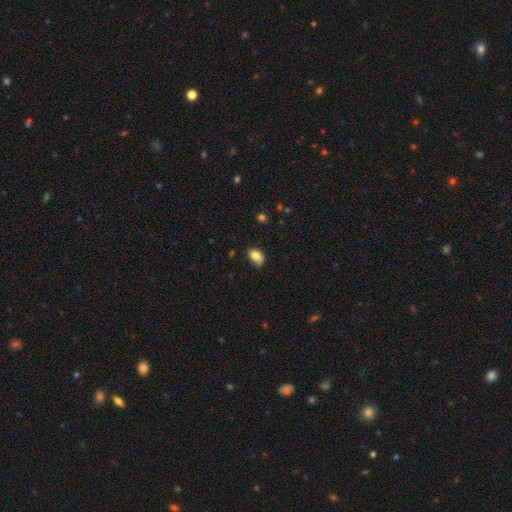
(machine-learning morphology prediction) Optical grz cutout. It shows a smooth galaxy with no disk features (81%) that is in between round and cigar-shaped (82%). Merging: none (56%).